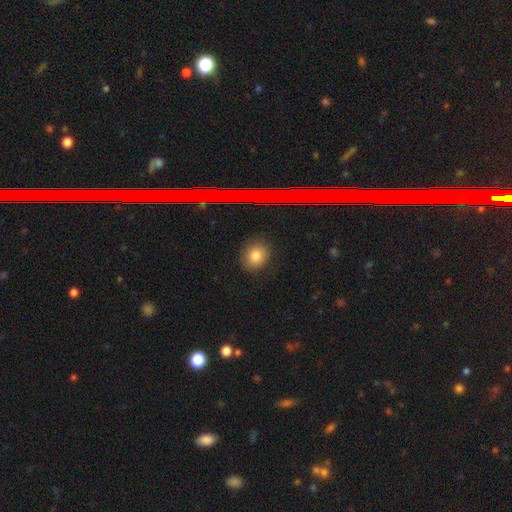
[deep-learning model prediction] A smooth galaxy with no disk features (81%) that is round (68%). Merging: none (88%).